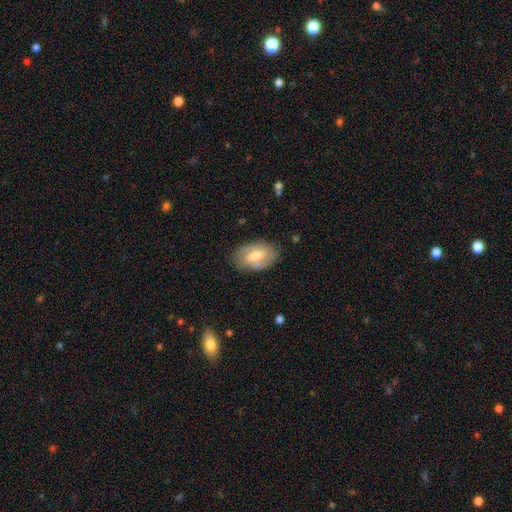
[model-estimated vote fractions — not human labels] Overall: smooth (47%, tied with featured or disk). Merging: none (77%).